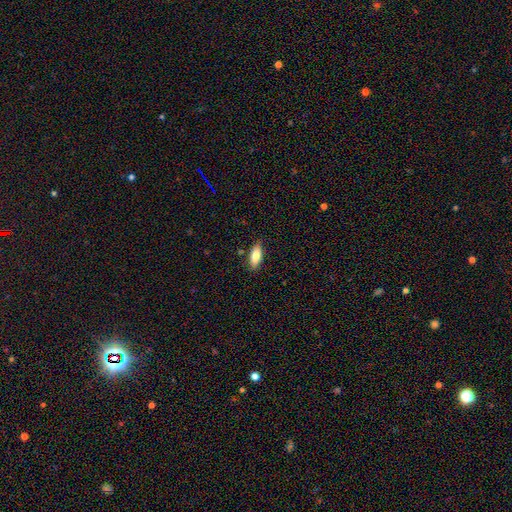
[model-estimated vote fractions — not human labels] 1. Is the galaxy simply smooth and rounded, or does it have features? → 80% smooth, 13% featured or disk, 7% star or artifact.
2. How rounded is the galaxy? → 77% in between, 21% cigar-shaped, 2% round.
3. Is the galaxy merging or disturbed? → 82% none, 14% minor disturbance, 2% major disturbance, 2% merger.